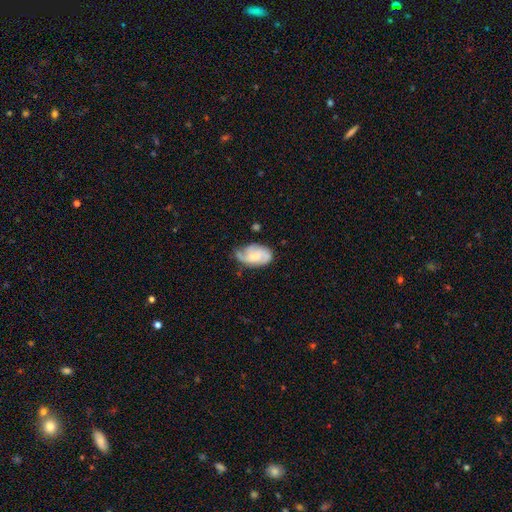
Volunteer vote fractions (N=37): Q: Smooth or featured?
A: featured or disk (78%); runner-up: smooth (19%)
Q: Edge-on disk?
A: no (93%); runner-up: yes (7%)
Q: Bar?
A: no (70%); runner-up: weak (26%)
Q: Spiral arms?
A: yes (100%)
Q: Spiral winding?
A: medium (52%); runner-up: tight (41%)
Q: Spiral arm count?
A: 3 (70%); runner-up: 2 (11%)
Q: Bulge size?
A: moderate (41%); runner-up: small (33%)
Q: Merging?
A: none (69%); runner-up: minor disturbance (14%)